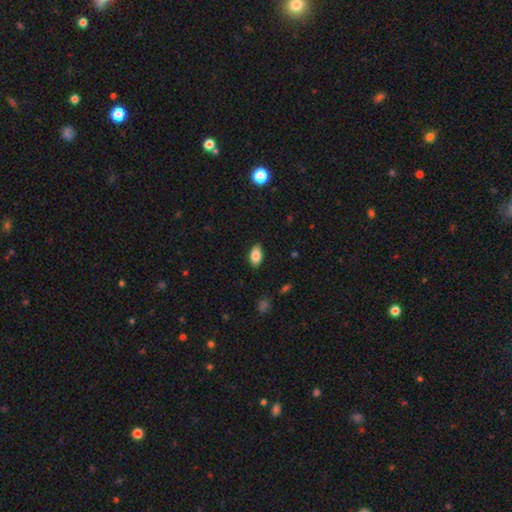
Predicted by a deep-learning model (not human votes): A smooth galaxy with no disk features (83%) that is in between round and cigar-shaped (92%). Merging: none (85%).